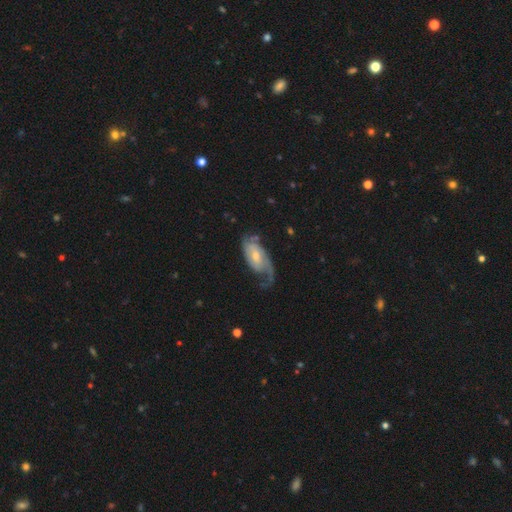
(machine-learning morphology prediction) The model was most divided on "bulge size": moderate: 49%, small: 39%, large: 6%, none: 4%, dominant: 1%. Remaining: edge-on disk — no (94%); spiral arms — yes (93%); smooth or featured — featured or disk (77%); bar — no (51%); spiral arm count — 2 (49%); merging — none (46%); spiral winding — medium (41%).